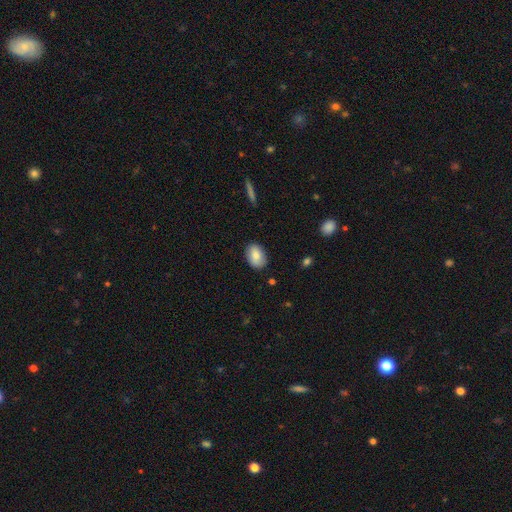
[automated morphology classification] The model was most divided on "how rounded": in between: 84%, round: 15%, cigar-shaped: 1%. More confident: merging — none (85%); smooth or featured — smooth (84%).